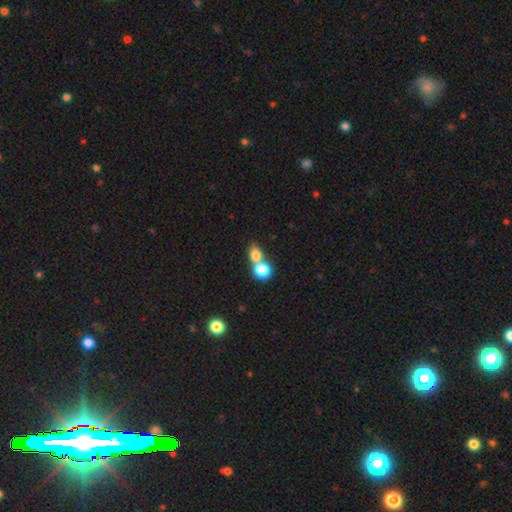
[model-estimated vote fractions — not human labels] A smooth galaxy with no disk features (78%) that is round (51%). Merging: merger (61%).